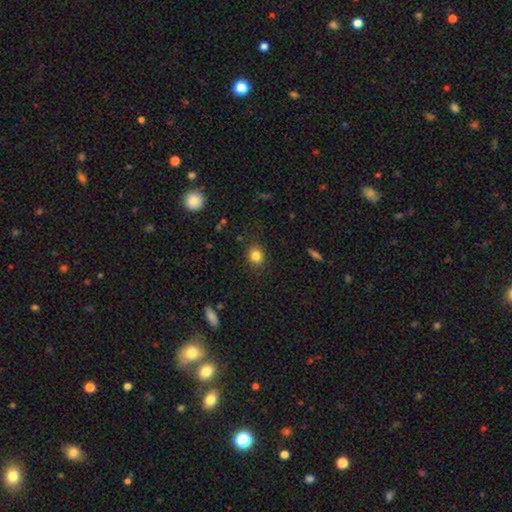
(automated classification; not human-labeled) A smooth galaxy with no disk features (83%) that is round (71%).

Vote fractions:
- Smooth or featured? smooth: 83% / star or artifact: 11% / featured or disk: 6%
- How rounded? round: 71% / in between: 28% / cigar-shaped: 1%
- Merging? none: 85% / minor disturbance: 11% / major disturbance: 3% / merger: 1%